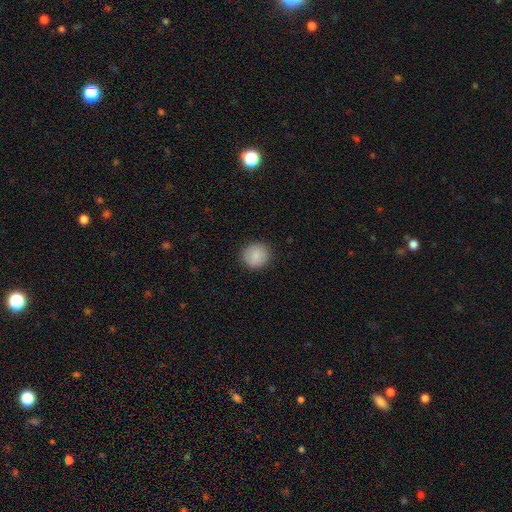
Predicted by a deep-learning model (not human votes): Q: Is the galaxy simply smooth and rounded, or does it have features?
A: smooth — 87%.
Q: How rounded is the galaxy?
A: round — 90%.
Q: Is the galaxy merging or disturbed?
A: none — 90%.